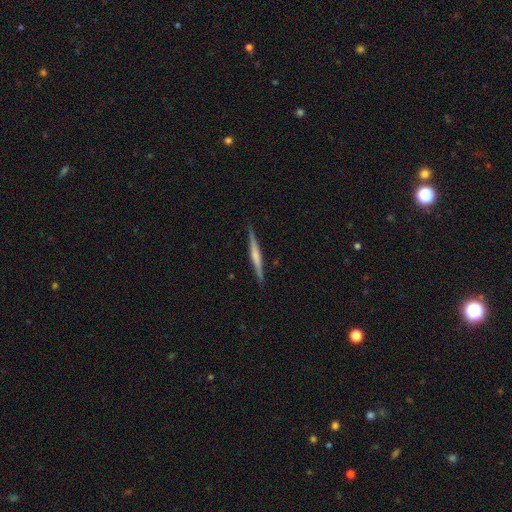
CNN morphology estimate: featured or disk 62%, smooth 33%, star or artifact 5%. Down the decision tree: edge-on disk — yes (98%); edge-on bulge — rounded (42%); merging — none (90%).